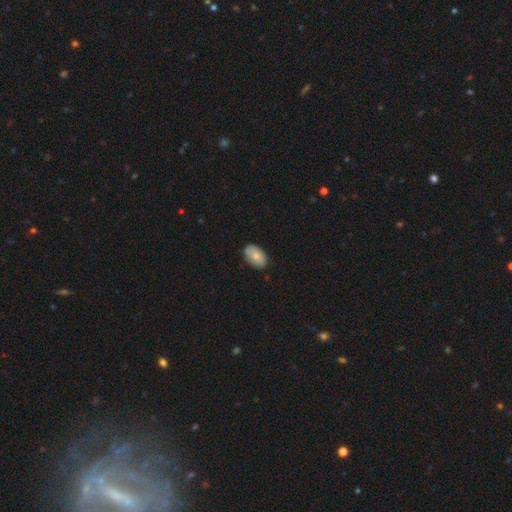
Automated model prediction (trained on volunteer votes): Smooth or featured?
  - smooth: 80% *
  - featured or disk: 14%
  - star or artifact: 6%
How rounded?
  - in between: 92% *
  - round: 6%
  - cigar-shaped: 1%
Merging?
  - none: 80% *
  - minor disturbance: 16%
  - major disturbance: 2%
  - merger: 1%